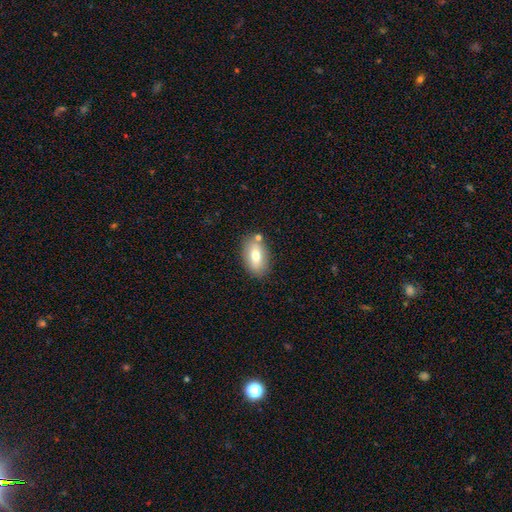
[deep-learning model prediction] Q: Smooth or featured?
A: smooth (73%); runner-up: featured or disk (19%)
Q: How rounded?
A: in between (90%); runner-up: round (7%)
Q: Merging?
A: none (78%); runner-up: minor disturbance (12%)